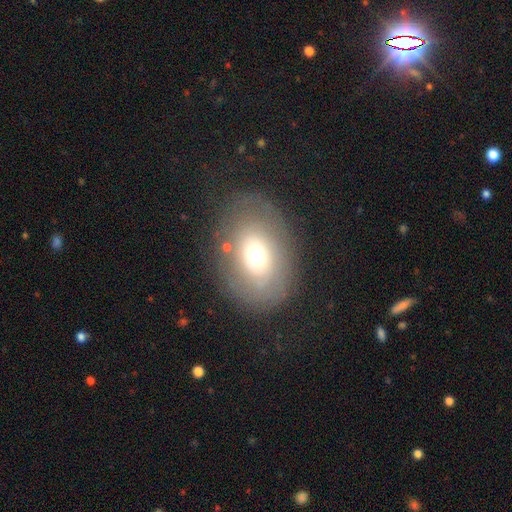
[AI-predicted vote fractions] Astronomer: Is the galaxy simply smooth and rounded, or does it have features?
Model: smooth — 56% (runner-up: featured or disk, 33%).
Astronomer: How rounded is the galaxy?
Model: in between — 71%.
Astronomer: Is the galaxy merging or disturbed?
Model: none — 72%.